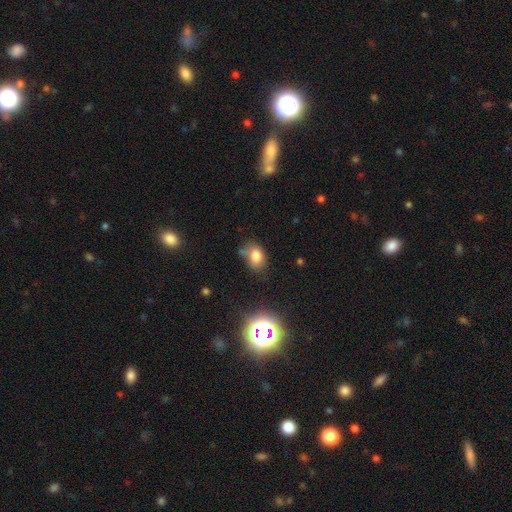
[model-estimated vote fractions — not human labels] The model was most divided on "merging": none: 52%, minor disturbance: 27%, merger: 12%, major disturbance: 10%. More confident: smooth or featured — smooth (76%); how rounded — in between (69%).